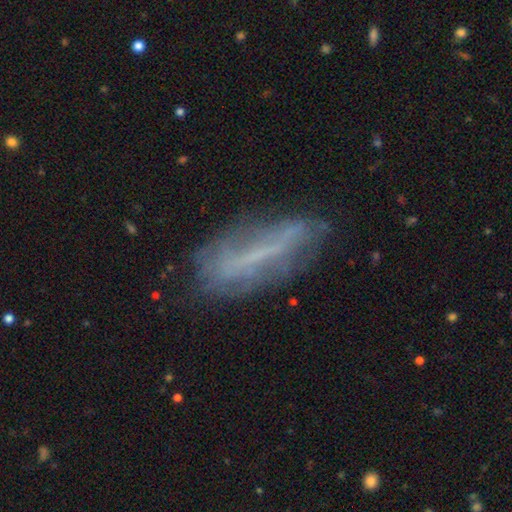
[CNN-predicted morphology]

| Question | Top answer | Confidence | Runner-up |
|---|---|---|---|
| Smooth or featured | featured or disk | 55% | smooth (35%) |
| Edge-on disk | no | 69% | yes (31%) |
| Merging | none | 59% | minor disturbance (25%) |